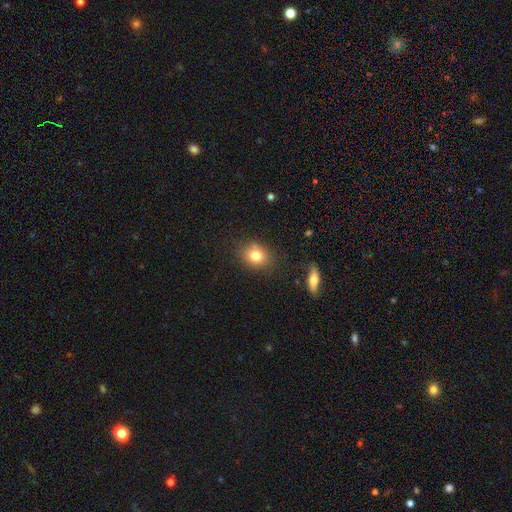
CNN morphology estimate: A smooth galaxy with no disk features (80%) that is round (57%). Merging: none (81%).